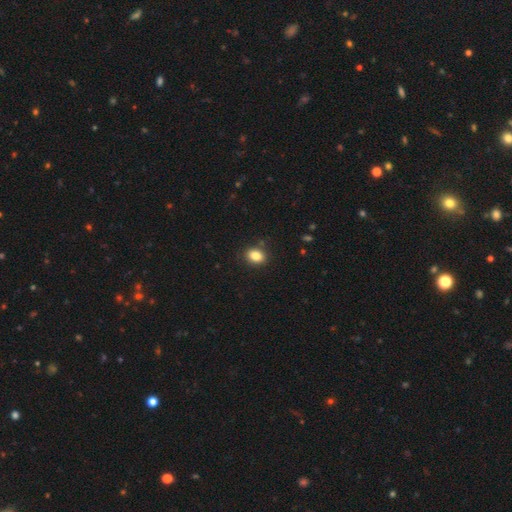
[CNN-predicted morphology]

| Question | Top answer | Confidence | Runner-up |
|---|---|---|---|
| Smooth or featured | smooth | 85% | star or artifact (10%) |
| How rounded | in between | 64% | round (34%) |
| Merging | none | 87% | minor disturbance (9%) |